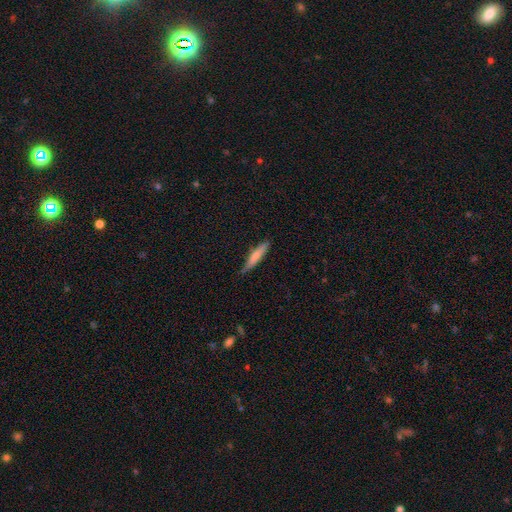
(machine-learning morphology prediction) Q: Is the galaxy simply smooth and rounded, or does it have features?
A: smooth — 72%.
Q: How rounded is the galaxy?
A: cigar-shaped — 88%.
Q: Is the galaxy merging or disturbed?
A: none — 75%.